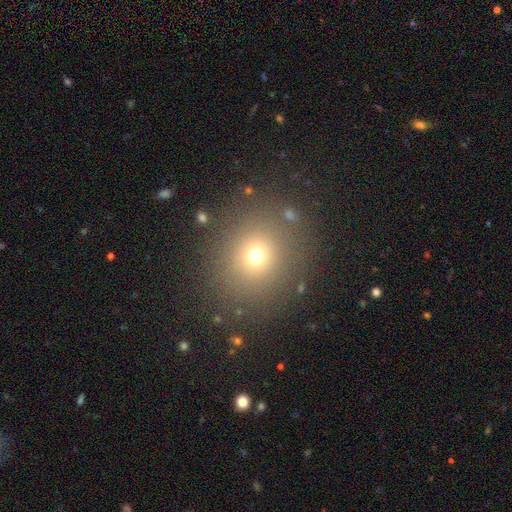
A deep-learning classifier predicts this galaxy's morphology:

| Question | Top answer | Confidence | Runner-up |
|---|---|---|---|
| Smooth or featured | smooth | 68% | star or artifact (21%) |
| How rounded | round | 85% | in between (14%) |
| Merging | none | 85% | minor disturbance (8%) |